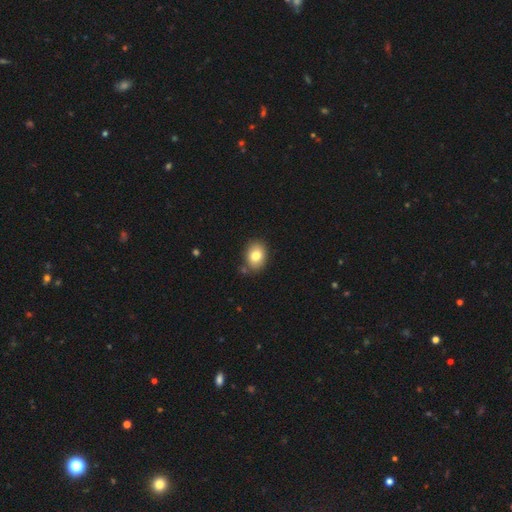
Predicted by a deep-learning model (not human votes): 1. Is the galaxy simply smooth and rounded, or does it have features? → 81% smooth, 10% featured or disk, 9% star or artifact.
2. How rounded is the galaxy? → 64% in between, 35% round, 1% cigar-shaped.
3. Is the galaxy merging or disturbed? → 78% none, 14% minor disturbance, 5% merger, 3% major disturbance.